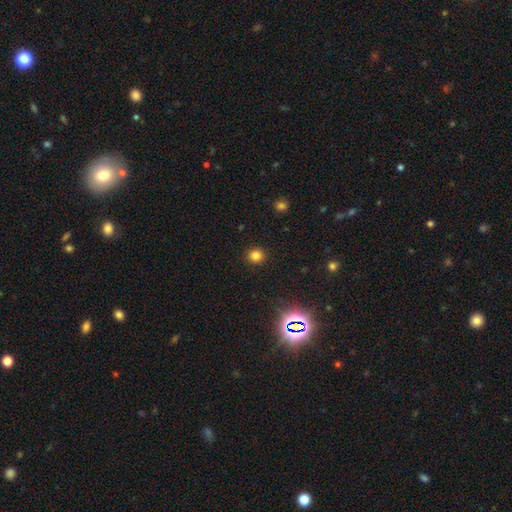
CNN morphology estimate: Smooth or featured: smooth — 80% (star or artifact — 16%)
How rounded: round — 89% (in between — 10%)
Merging: none — 92% (minor disturbance — 5%)